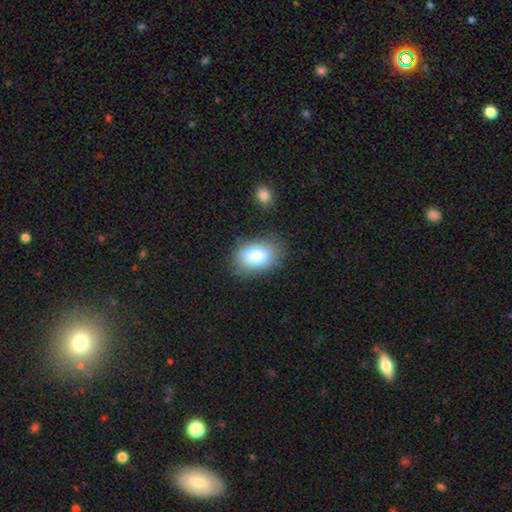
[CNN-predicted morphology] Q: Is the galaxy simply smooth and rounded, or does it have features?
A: smooth — 83%.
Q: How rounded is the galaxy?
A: in between — 83%.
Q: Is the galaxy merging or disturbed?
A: none — 76%.